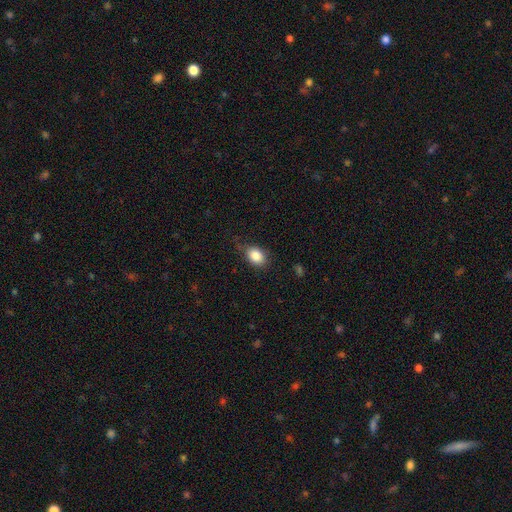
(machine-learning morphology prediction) Smooth or featured?
  - smooth: 85% *
  - star or artifact: 8%
  - featured or disk: 7%
How rounded?
  - in between: 70% *
  - round: 29%
  - cigar-shaped: 1%
Merging?
  - none: 69% *
  - minor disturbance: 24%
  - major disturbance: 6%
  - merger: 1%